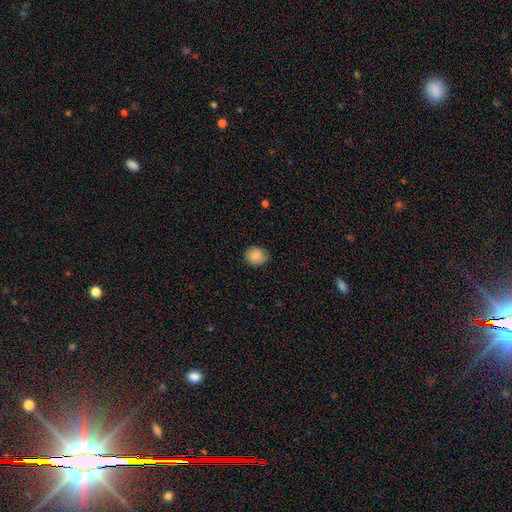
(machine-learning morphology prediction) A smooth galaxy with no disk features (86%) that is round (70%). Merging: none (80%).